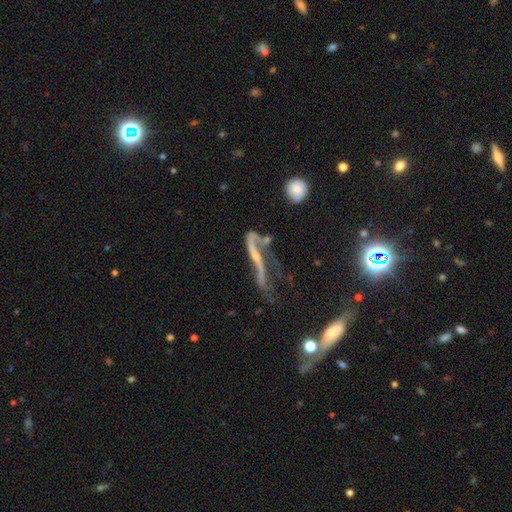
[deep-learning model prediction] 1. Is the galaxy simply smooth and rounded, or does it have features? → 68% featured or disk, 16% smooth, 15% star or artifact.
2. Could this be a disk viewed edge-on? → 53% no, 47% yes.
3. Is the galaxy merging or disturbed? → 33% none, 30% major disturbance, 21% minor disturbance, 16% merger.